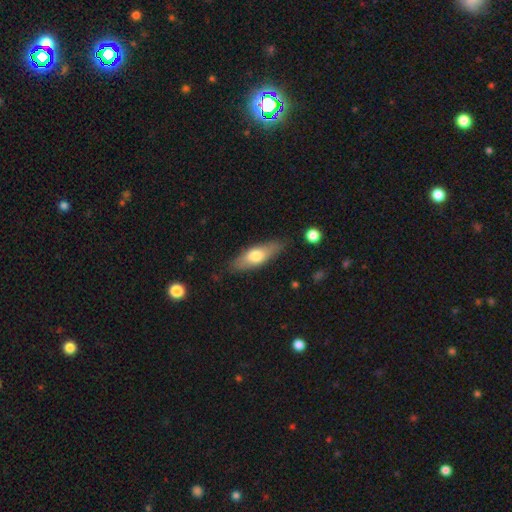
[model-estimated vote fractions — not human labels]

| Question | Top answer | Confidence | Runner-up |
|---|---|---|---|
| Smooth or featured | smooth | 64% | featured or disk (30%) |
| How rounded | in between | 58% | cigar-shaped (39%) |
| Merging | none | 82% | minor disturbance (13%) |